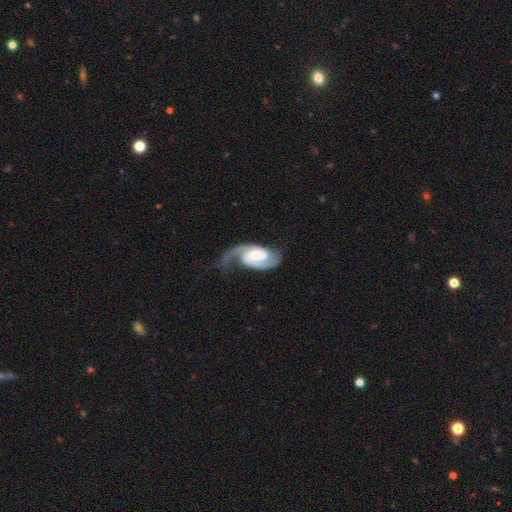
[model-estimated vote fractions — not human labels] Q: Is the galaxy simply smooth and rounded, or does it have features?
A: featured or disk — 90%.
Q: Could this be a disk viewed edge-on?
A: no — 97%.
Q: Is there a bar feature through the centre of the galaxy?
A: weak — 45%.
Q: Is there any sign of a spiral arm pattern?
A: yes — 98%.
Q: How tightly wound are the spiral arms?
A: medium — 48%.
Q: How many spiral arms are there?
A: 2 — 86%.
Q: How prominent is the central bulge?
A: moderate — 51%.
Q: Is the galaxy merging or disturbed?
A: none — 49%.